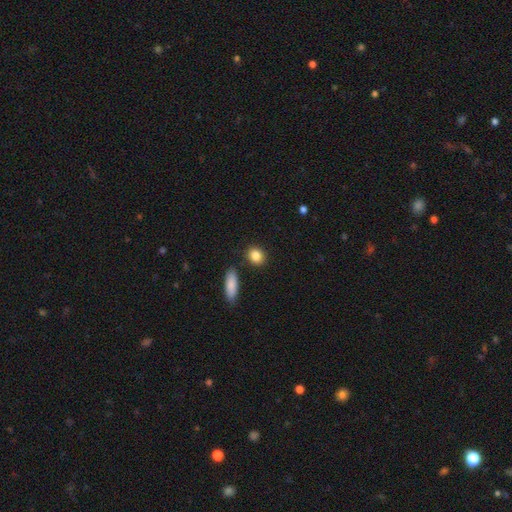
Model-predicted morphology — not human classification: Smooth or featured: smooth — 86% (star or artifact — 8%)
How rounded: round — 52% (in between — 44%)
Merging: none — 86% (minor disturbance — 8%)